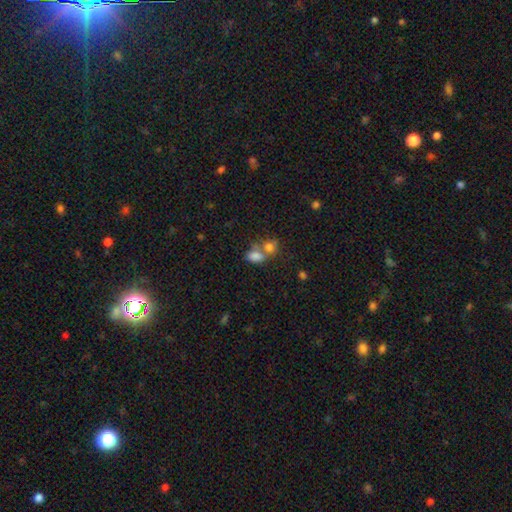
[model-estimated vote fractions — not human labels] smooth 80%, star or artifact 11%, featured or disk 9%. Down the decision tree: how rounded — in between (81%); merging — merger (56%).